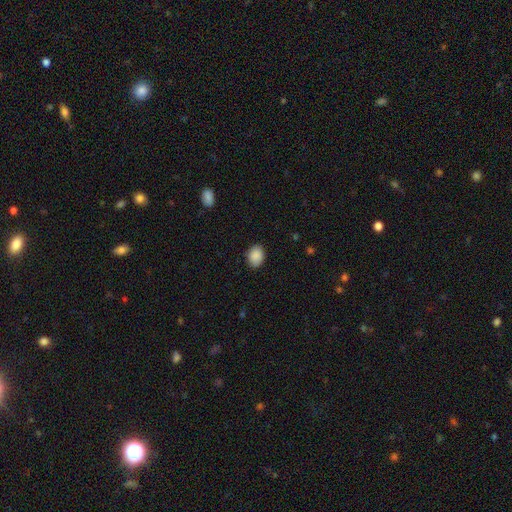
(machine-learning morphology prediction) Q: Smooth or featured?
A: smooth (89%); runner-up: star or artifact (7%)
Q: How rounded?
A: in between (67%); runner-up: round (32%)
Q: Merging?
A: none (85%); runner-up: minor disturbance (12%)